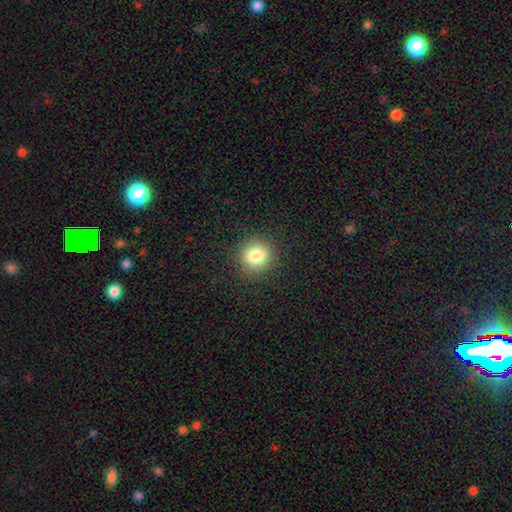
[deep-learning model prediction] This appears to be a smooth galaxy with no disk features (83%) that is round (90%). Merging: none (89%).